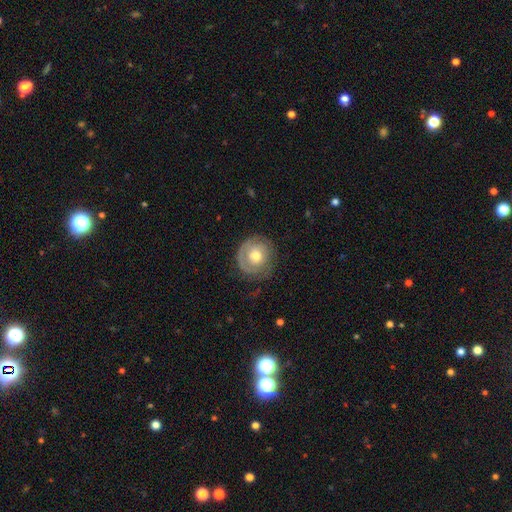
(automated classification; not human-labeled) smooth_or_featured: featured or disk (p=0.53) [alt: smooth p=0.40]
disk_edge_on: no (p=0.97) [alt: yes p=0.03]
bar: no (p=0.77) [alt: weak p=0.19]
has_spiral_arms: yes (p=0.65) [alt: no p=0.35]
bulge_size: moderate (p=0.69) [alt: small p=0.22]
merging: none (p=0.67) [alt: minor disturbance p=0.21]